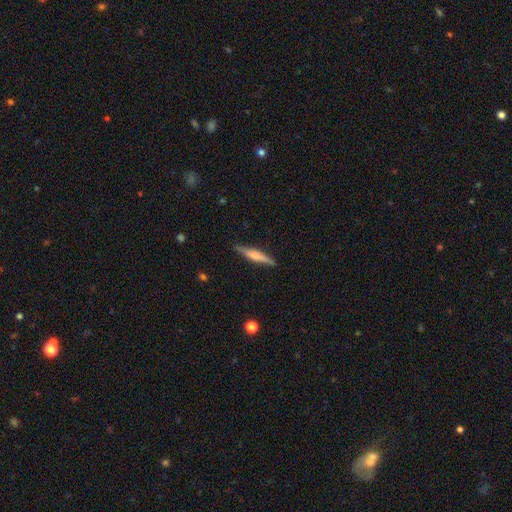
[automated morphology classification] Smooth or featured? featured or disk (50%)
Edge-on disk? yes (97%)
Merging? none (86%)